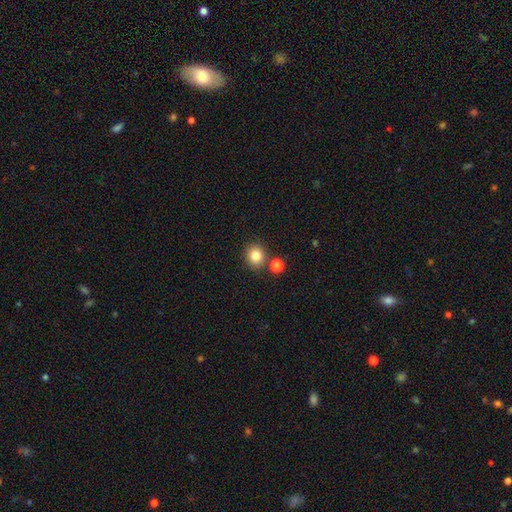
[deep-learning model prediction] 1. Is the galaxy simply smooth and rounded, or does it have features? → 83% smooth, 11% star or artifact, 6% featured or disk.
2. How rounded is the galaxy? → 83% round, 16% in between, 1% cigar-shaped.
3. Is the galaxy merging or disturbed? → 79% none, 10% merger, 8% minor disturbance, 3% major disturbance.